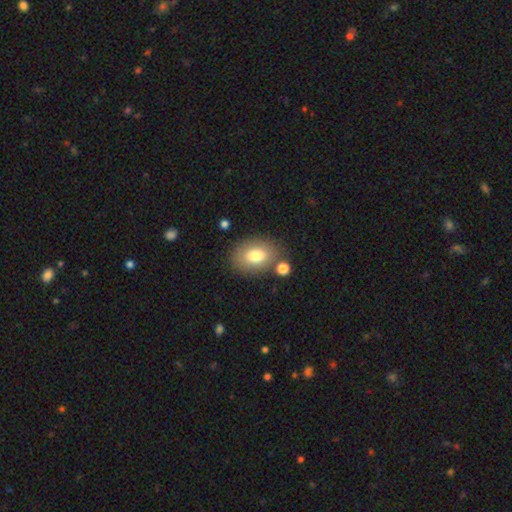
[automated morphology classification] Overall: smooth (76%). How rounded: in between (77%). Merging: none (75%).